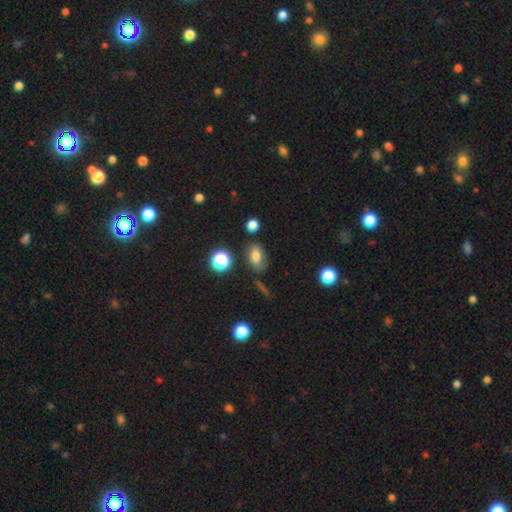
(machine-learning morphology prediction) Smooth or featured: smooth — 74% (star or artifact — 14%)
How rounded: in between — 83% (round — 14%)
Merging: none — 66% (minor disturbance — 21%)